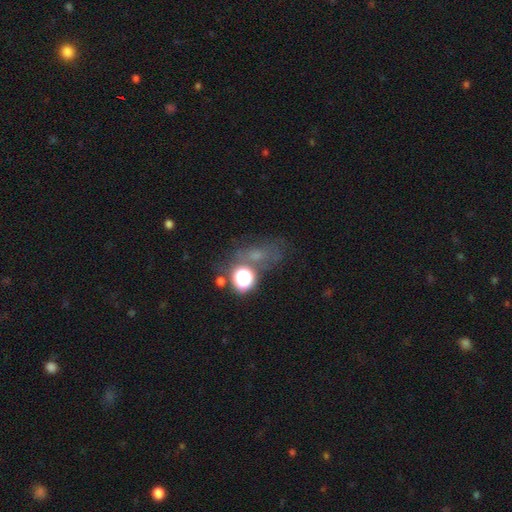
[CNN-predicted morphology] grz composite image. It shows a star or artifact, not a galaxy (46%).